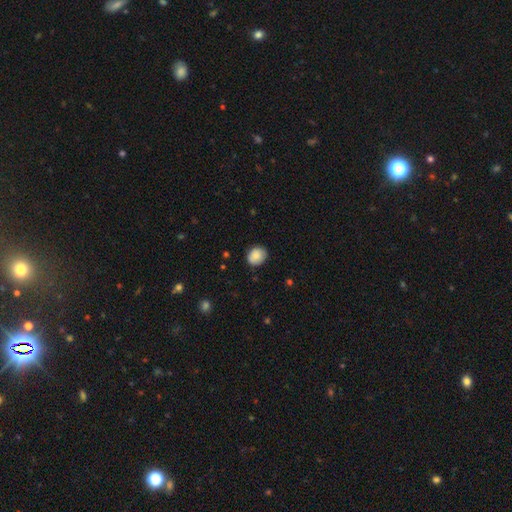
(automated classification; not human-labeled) The model was most divided on "how rounded": round: 67%, in between: 32%, cigar-shaped: 1%. More confident: smooth or featured — smooth (85%); merging — none (83%).